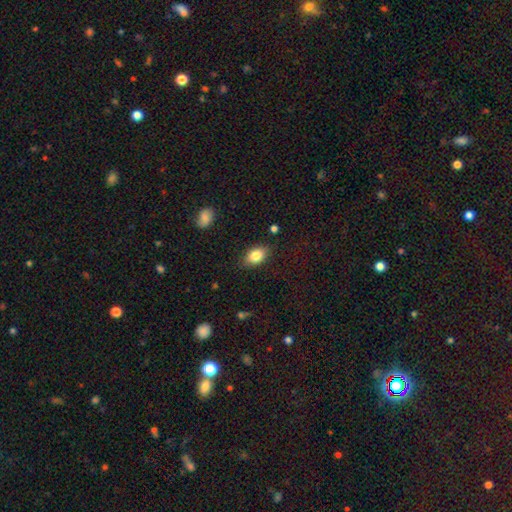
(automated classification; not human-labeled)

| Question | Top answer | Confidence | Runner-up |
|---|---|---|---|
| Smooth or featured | smooth | 82% | featured or disk (10%) |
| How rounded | in between | 84% | round (13%) |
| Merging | none | 82% | minor disturbance (14%) |